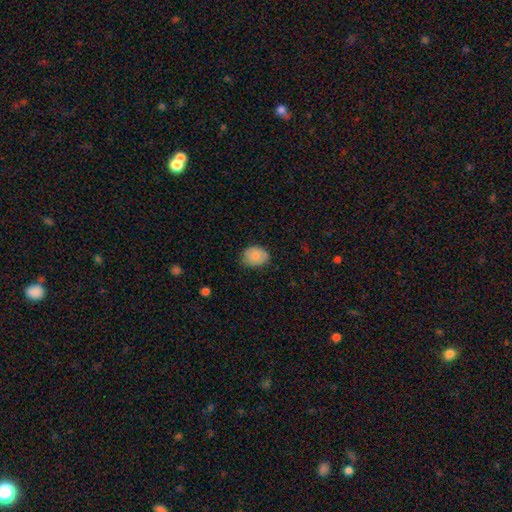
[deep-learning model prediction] smooth_or_featured: smooth (p=0.79) [alt: featured or disk p=0.13]
how_rounded: in between (p=0.55) [alt: round p=0.44]
merging: none (p=0.74) [alt: minor disturbance p=0.22]